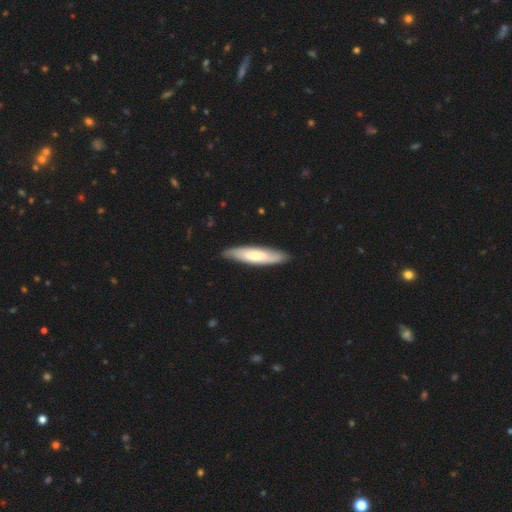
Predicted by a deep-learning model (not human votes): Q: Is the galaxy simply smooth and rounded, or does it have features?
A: smooth — 56%.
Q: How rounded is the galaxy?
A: cigar-shaped — 73%.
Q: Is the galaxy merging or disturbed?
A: none — 86%.